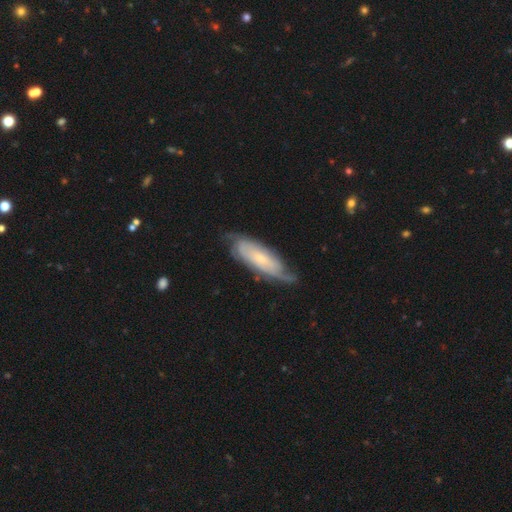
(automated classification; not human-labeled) Smooth or featured? Predicted: featured or disk (p=0.59). Edge-on disk? Predicted: no (p=0.74). Merging? Predicted: none (p=0.70).